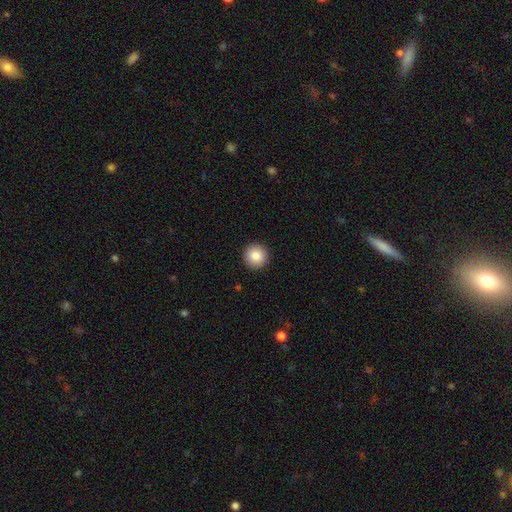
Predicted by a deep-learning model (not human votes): smooth-or-featured: smooth: 85% | star or artifact: 9% | featured or disk: 6%
  how-rounded: round: 95% | in between: 4% | cigar-shaped: 1%
  merging: none: 93% | minor disturbance: 5% | major disturbance: 1% | merger: 1%